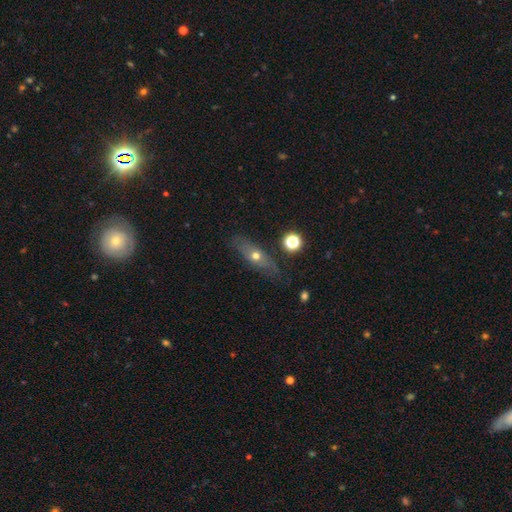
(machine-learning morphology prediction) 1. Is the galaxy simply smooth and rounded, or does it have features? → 48% smooth, 43% featured or disk, 10% star or artifact.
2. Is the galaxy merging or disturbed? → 74% none, 18% minor disturbance, 6% major disturbance, 2% merger.